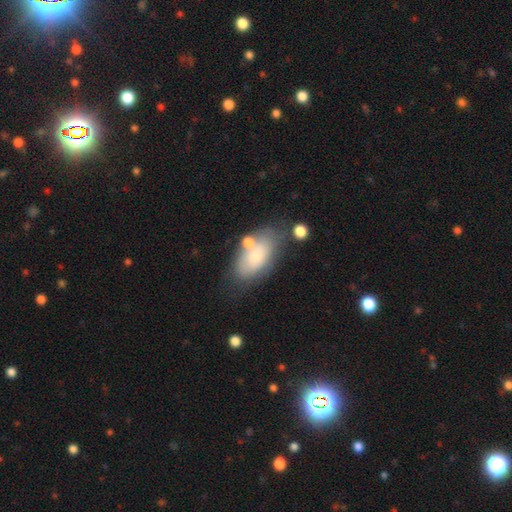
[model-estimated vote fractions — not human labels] Smooth or featured?
  - smooth: 70% *
  - featured or disk: 22%
  - star or artifact: 8%
How rounded?
  - in between: 92% *
  - round: 4%
  - cigar-shaped: 3%
Merging?
  - none: 58% *
  - minor disturbance: 21%
  - merger: 11%
  - major disturbance: 9%